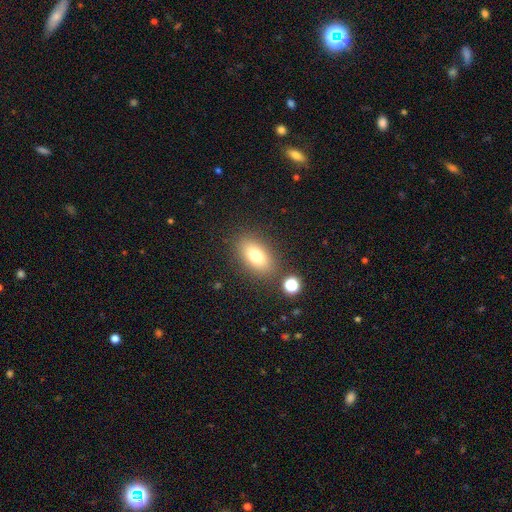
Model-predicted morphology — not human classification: Smooth or featured?
  - smooth: 78% *
  - featured or disk: 12%
  - star or artifact: 10%
How rounded?
  - in between: 88% *
  - round: 7%
  - cigar-shaped: 5%
Merging?
  - none: 82% *
  - minor disturbance: 10%
  - merger: 5%
  - major disturbance: 3%